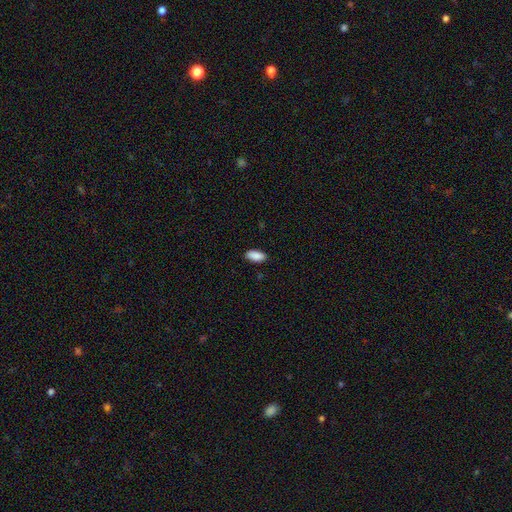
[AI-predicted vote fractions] Smooth or featured? Predicted: smooth (p=0.90). How rounded? Predicted: in between (p=0.92). Merging? Predicted: none (p=0.89).